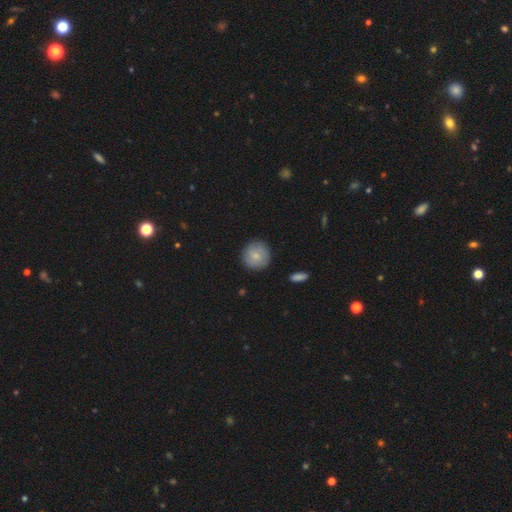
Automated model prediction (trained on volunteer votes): Smooth or featured? smooth (80%)
How rounded? round (93%)
Merging? none (87%)